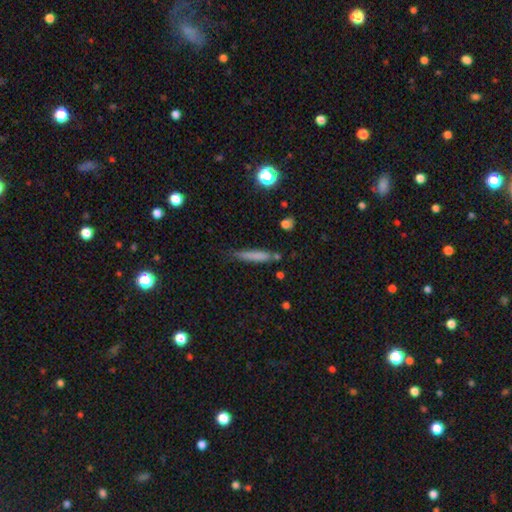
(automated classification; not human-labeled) smooth-or-featured: smooth: 75% | featured or disk: 17% | star or artifact: 9%
  how-rounded: cigar-shaped: 89% | in between: 9% | round: 2%
  merging: none: 67% | minor disturbance: 22% | major disturbance: 5% | merger: 5%